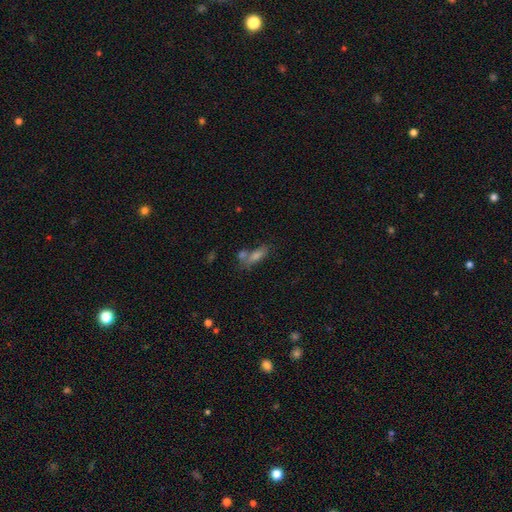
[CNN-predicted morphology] This is likely a smooth galaxy (60%). How rounded: possibly in between (57%). Merging: possibly none (50%).